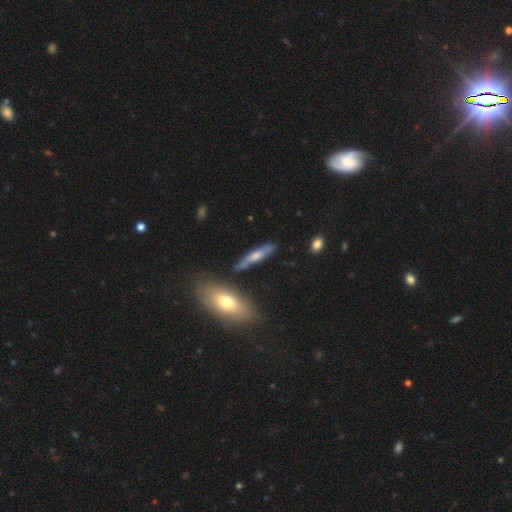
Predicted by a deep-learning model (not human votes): smooth_or_featured: featured or disk (p=0.49) [alt: smooth p=0.43]
merging: none (p=0.80) [alt: minor disturbance p=0.12]